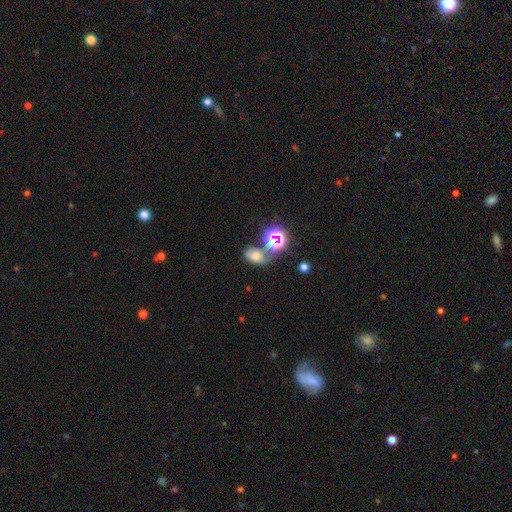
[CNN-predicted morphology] This is possibly a smooth galaxy (58%). How rounded: likely in between (73%). Merging: possibly none (47%).